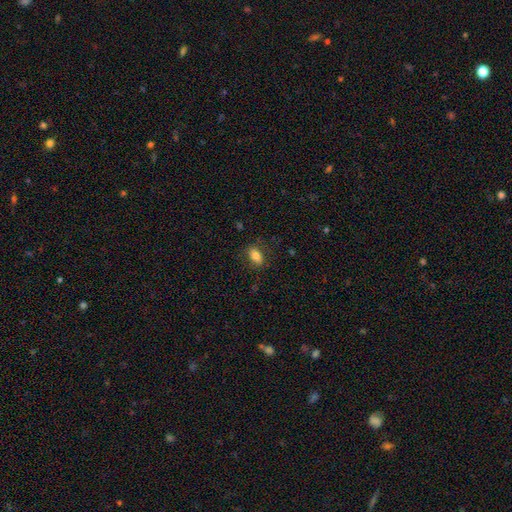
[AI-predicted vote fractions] Morphology: type=smooth (80%); roundness=in between (87%); merging=none (81%).